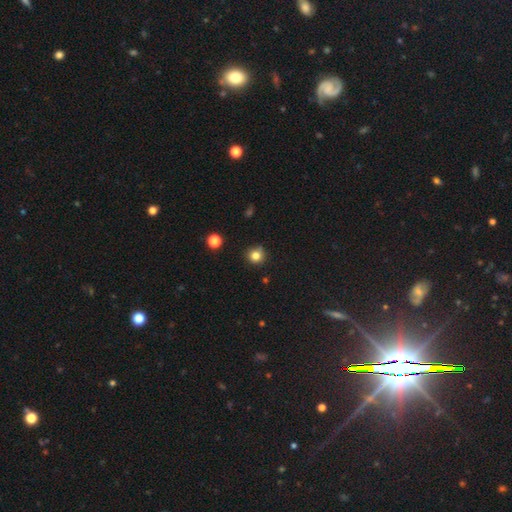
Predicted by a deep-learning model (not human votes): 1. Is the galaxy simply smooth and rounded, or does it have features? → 82% smooth, 13% star or artifact, 5% featured or disk.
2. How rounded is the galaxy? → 91% round, 8% in between, 1% cigar-shaped.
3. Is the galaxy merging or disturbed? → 84% none, 11% minor disturbance, 3% merger, 2% major disturbance.